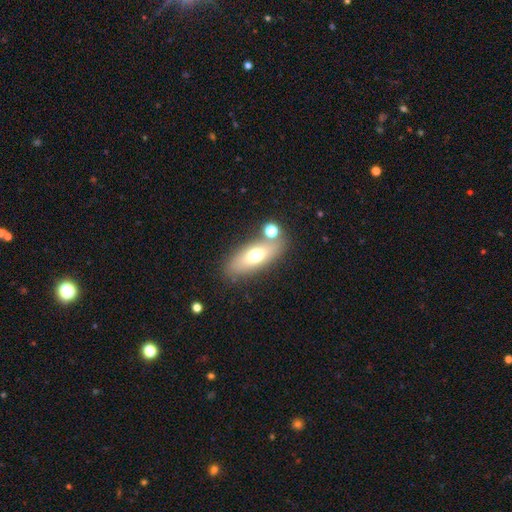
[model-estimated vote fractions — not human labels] Morphology: type=smooth (64%); roundness=in between (71%); merging=none (74%).